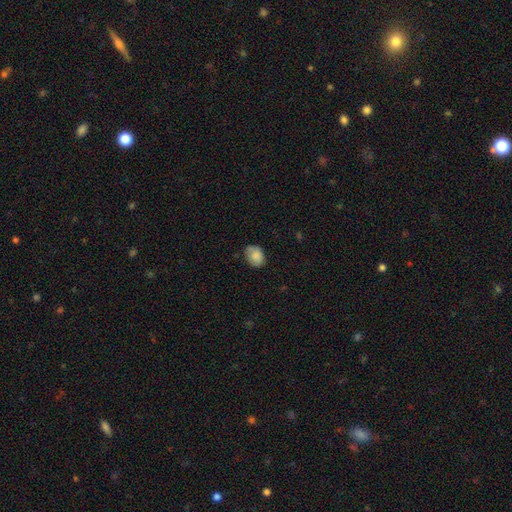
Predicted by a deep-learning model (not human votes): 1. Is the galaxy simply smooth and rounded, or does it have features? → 81% smooth, 10% featured or disk, 8% star or artifact.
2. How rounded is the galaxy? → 66% in between, 33% round, 1% cigar-shaped.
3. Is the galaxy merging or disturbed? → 65% none, 27% minor disturbance, 6% major disturbance, 2% merger.